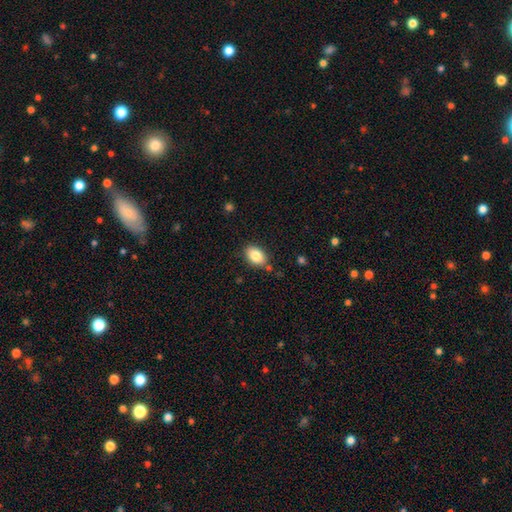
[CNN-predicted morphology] Smooth or featured? Predicted: smooth (p=0.84). How rounded? Predicted: in between (p=0.86). Merging? Predicted: none (p=0.82).